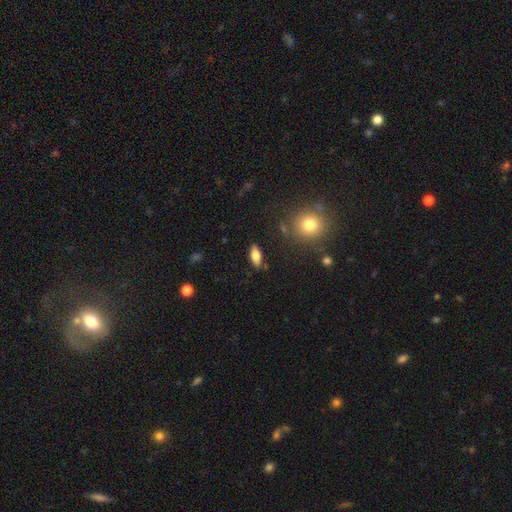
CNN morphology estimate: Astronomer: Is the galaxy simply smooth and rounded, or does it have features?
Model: smooth — 74%.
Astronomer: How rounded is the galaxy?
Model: in between — 82%.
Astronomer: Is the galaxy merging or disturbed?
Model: none — 86%.